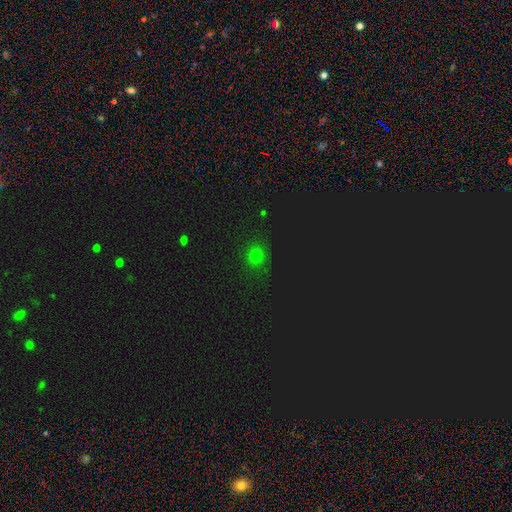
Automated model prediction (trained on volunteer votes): Q: Smooth or featured?
A: smooth (69%); runner-up: star or artifact (26%)
Q: How rounded?
A: round (87%); runner-up: in between (12%)
Q: Merging?
A: none (87%); runner-up: minor disturbance (9%)